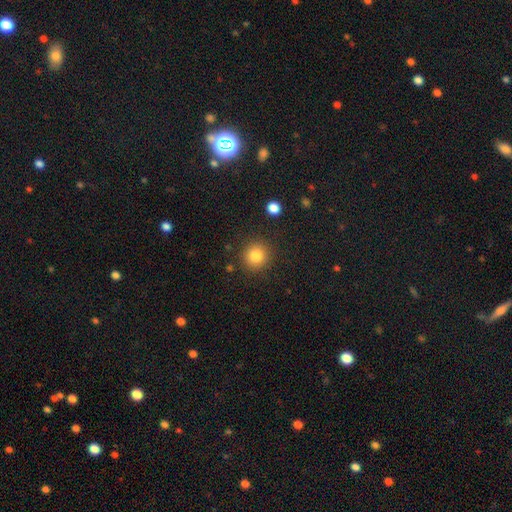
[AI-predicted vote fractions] smooth_or_featured: smooth (p=0.83) [alt: star or artifact p=0.11]
how_rounded: round (p=0.91) [alt: in between p=0.08]
merging: none (p=0.88) [alt: minor disturbance p=0.07]